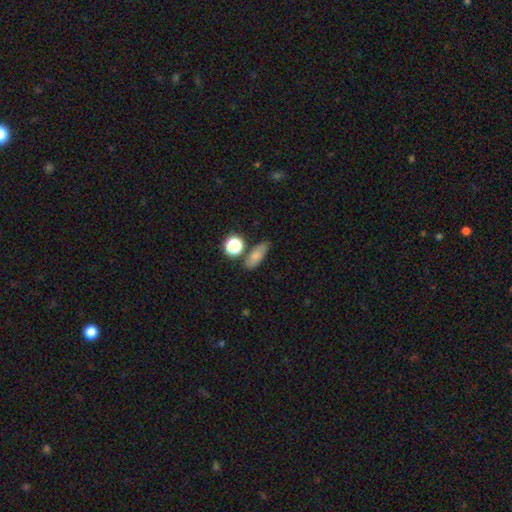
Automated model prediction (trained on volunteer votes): This is likely a smooth galaxy (74%). How rounded: likely in between (63%). Merging: likely none (70%).